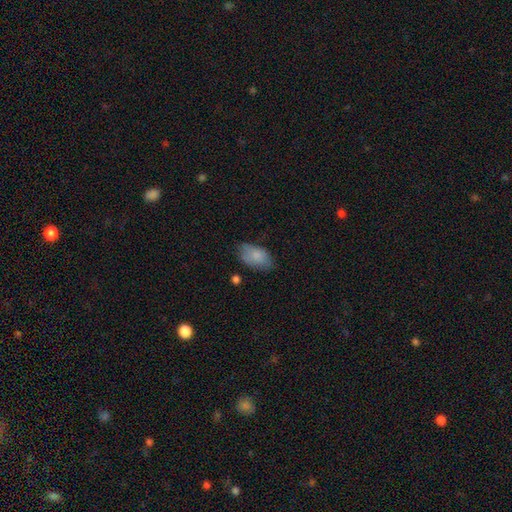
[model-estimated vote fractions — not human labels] This appears to be a smooth galaxy with no disk features (80%) that is in between round and cigar-shaped (93%). Merging: none (61%).